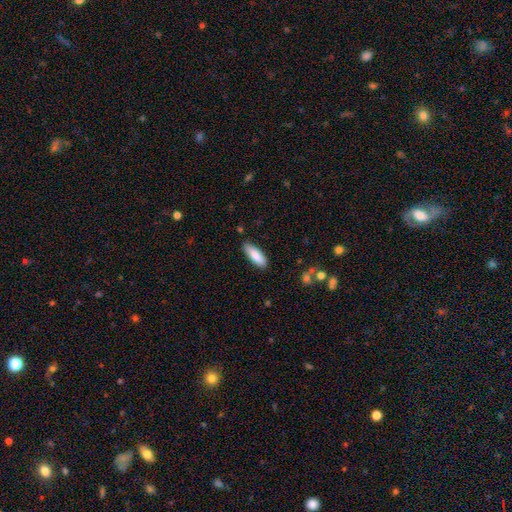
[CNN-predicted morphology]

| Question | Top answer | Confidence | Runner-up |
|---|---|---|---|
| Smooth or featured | smooth | 86% | featured or disk (8%) |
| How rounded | in between | 57% | cigar-shaped (42%) |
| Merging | none | 85% | minor disturbance (11%) |